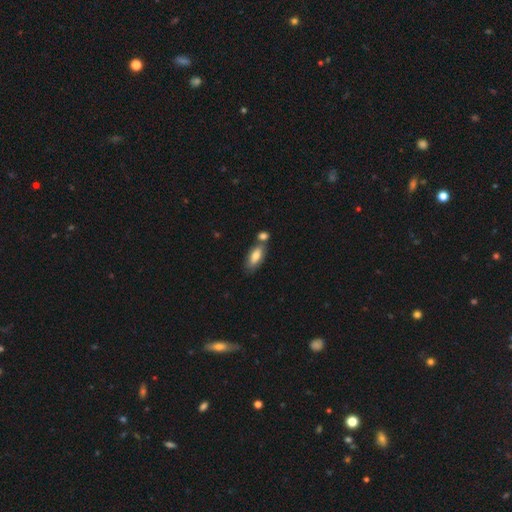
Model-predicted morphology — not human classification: Smooth or featured? Predicted: smooth (p=0.76). How rounded? Predicted: in between (p=0.79). Merging? Predicted: none (p=0.52).